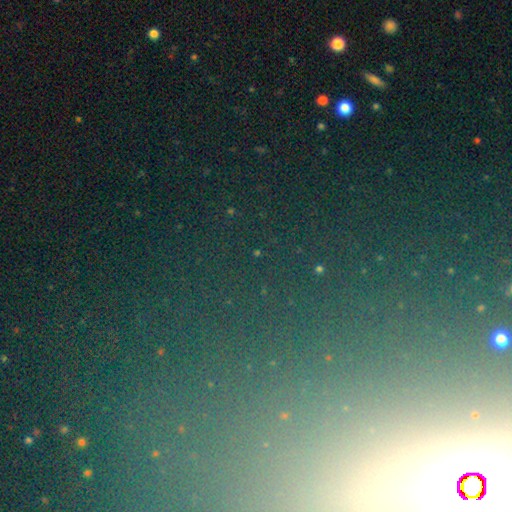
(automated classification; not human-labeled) smooth_or_featured: star or artifact (p=0.72) [alt: smooth p=0.17]